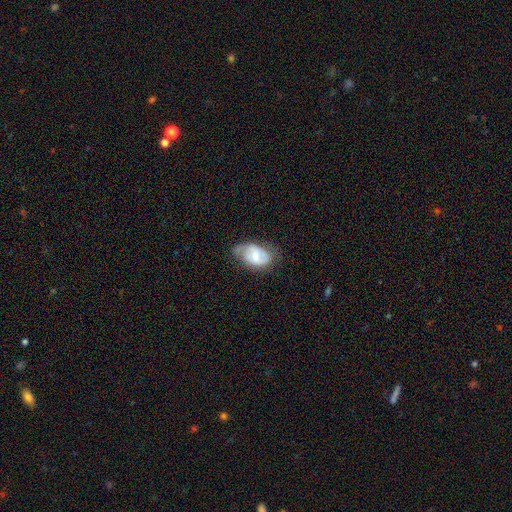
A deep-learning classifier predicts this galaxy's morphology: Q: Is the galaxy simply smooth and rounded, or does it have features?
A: featured or disk — 50%.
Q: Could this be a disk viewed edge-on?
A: no — 95%.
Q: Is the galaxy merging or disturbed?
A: none — 52%.